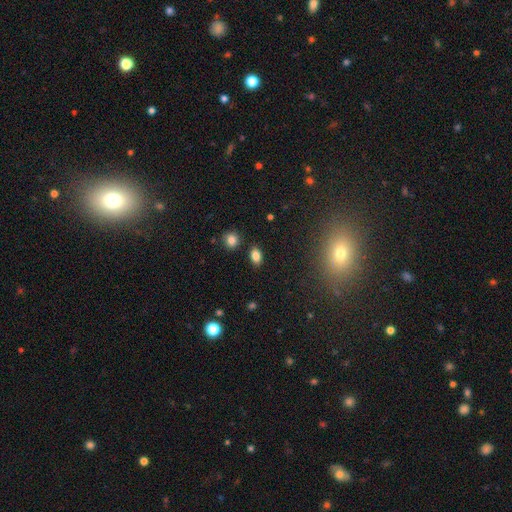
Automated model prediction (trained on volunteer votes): Smooth or featured? Predicted: smooth (p=0.84). How rounded? Predicted: in between (p=0.85). Merging? Predicted: none (p=0.85).